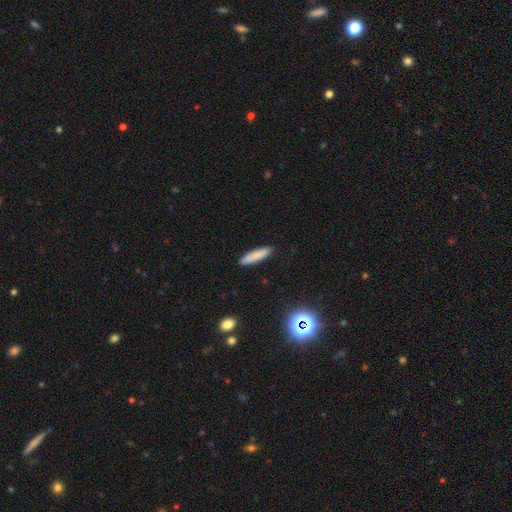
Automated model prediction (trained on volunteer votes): Q: Smooth or featured?
A: smooth (83%); runner-up: featured or disk (9%)
Q: How rounded?
A: cigar-shaped (81%); runner-up: in between (18%)
Q: Merging?
A: none (89%); runner-up: minor disturbance (8%)